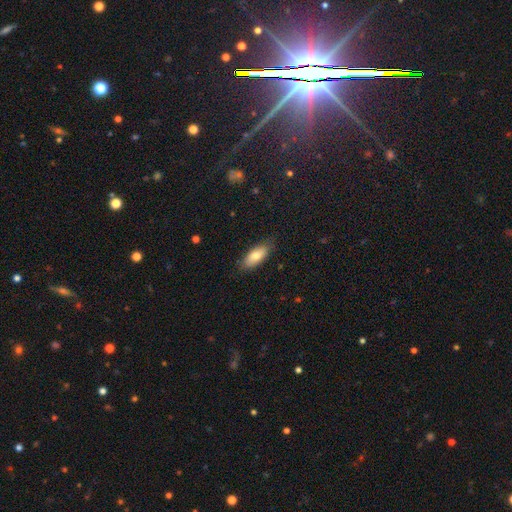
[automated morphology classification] type=smooth (76%); roundness=in between (79%); merging=none (83%).